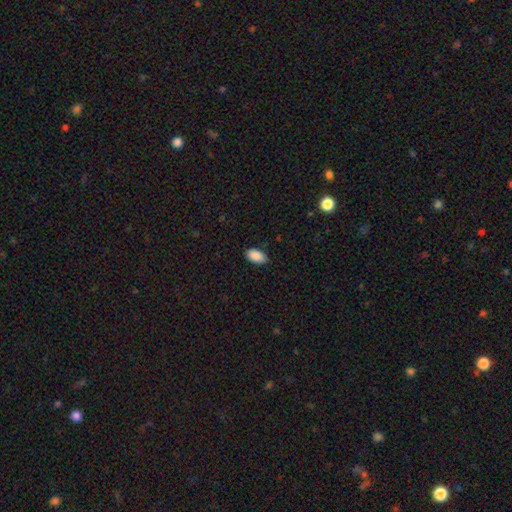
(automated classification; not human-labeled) Overall: smooth (89%). How rounded: in between (94%). Merging: none (82%).